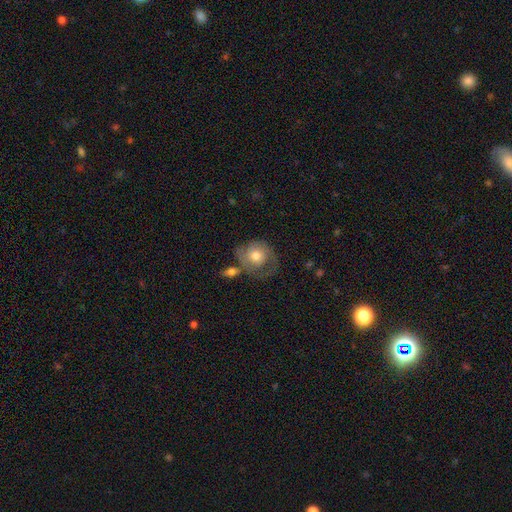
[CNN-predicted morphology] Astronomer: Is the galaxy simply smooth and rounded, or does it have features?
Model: smooth — 56% (runner-up: featured or disk, 37%).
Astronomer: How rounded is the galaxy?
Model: round — 73%.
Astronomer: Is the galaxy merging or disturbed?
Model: none — 41% (runner-up: minor disturbance, 25%).